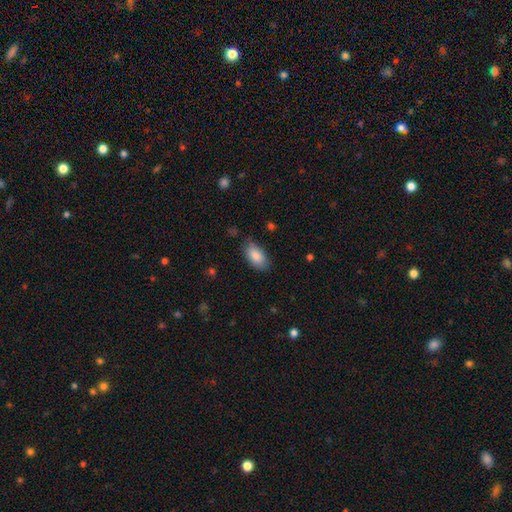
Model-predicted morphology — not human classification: smooth_or_featured: smooth (p=0.87) [alt: featured or disk p=0.07]
how_rounded: in between (p=0.93) [alt: cigar-shaped p=0.04]
merging: none (p=0.79) [alt: minor disturbance p=0.16]